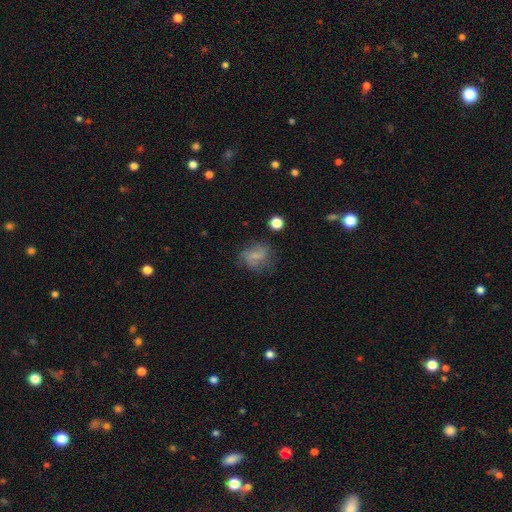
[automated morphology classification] Q: Smooth or featured?
A: smooth (53%); runner-up: featured or disk (33%)
Q: How rounded?
A: round (53%); runner-up: in between (45%)
Q: Merging?
A: none (54%); runner-up: minor disturbance (24%)